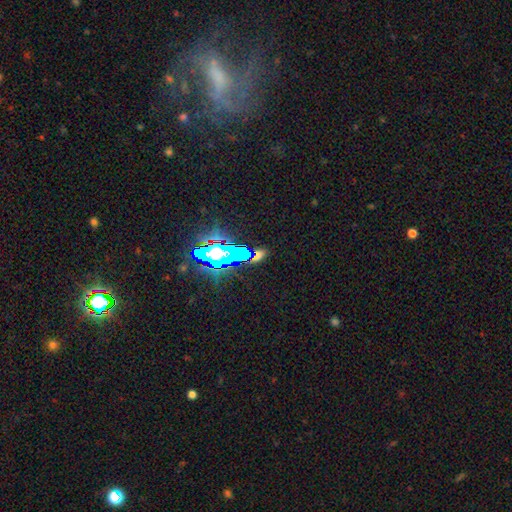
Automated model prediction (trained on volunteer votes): A star or artifact, not a galaxy (59%).